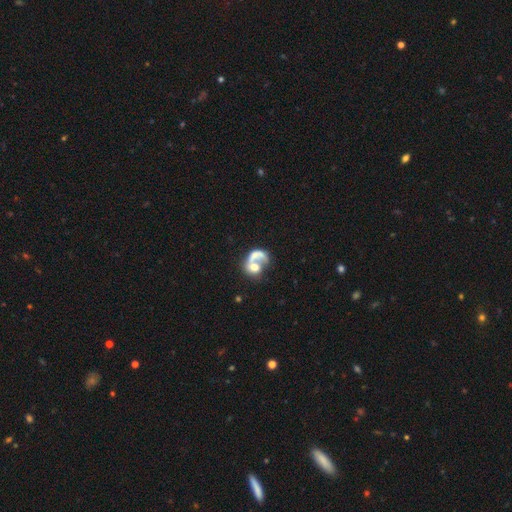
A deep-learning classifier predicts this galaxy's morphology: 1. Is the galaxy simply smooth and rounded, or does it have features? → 52% featured or disk, 38% smooth, 9% star or artifact.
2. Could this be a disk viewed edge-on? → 97% no, 3% yes.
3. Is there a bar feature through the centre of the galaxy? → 83% no, 13% weak, 4% strong.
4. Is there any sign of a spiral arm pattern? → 51% no, 49% yes.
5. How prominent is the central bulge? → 39% moderate, 20% none, 18% large, 17% small, 6% dominant.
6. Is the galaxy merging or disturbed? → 45% merger, 23% none, 22% major disturbance, 9% minor disturbance.